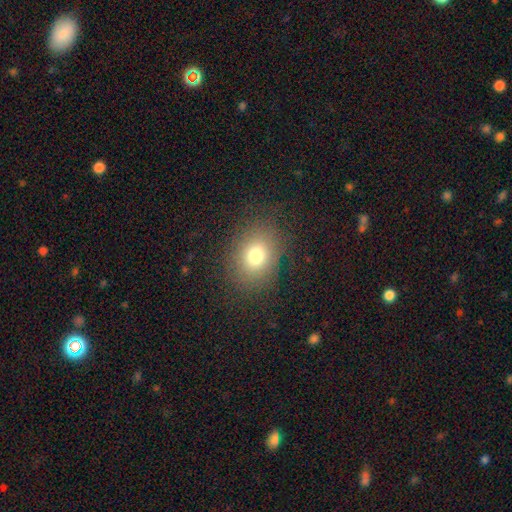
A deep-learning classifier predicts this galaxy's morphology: smooth-or-featured: smooth: 75% | star or artifact: 14% | featured or disk: 11%
  how-rounded: round: 50% | in between: 49% | cigar-shaped: 1%
  merging: none: 81% | minor disturbance: 11% | major disturbance: 6% | merger: 1%